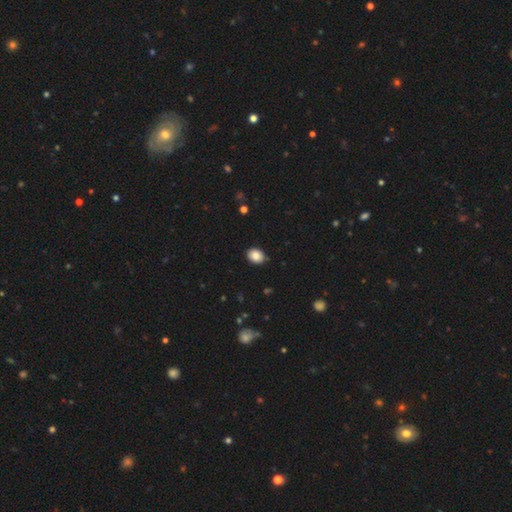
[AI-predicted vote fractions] smooth_or_featured: smooth (p=0.85) [alt: star or artifact p=0.09]
how_rounded: in between (p=0.59) [alt: round p=0.40]
merging: none (p=0.87) [alt: minor disturbance p=0.10]